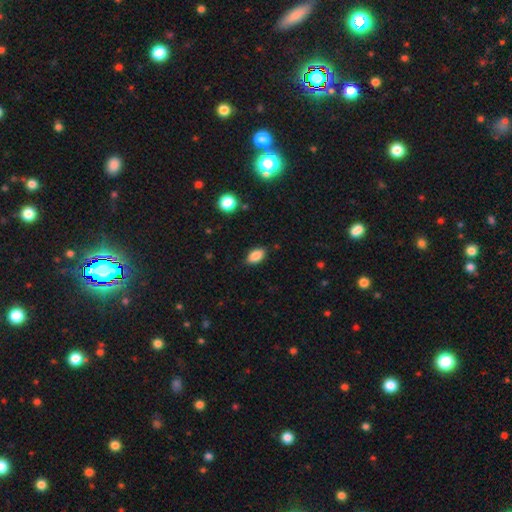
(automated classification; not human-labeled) Smooth or featured? smooth (86%)
How rounded? in between (90%)
Merging? none (84%)